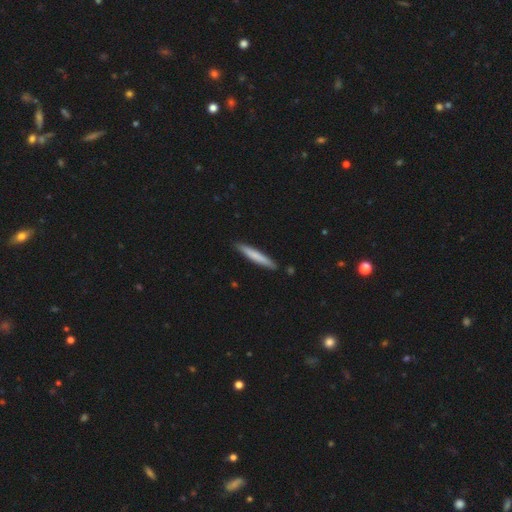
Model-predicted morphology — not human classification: type=smooth (73%); roundness=cigar-shaped (95%); merging=none (89%).